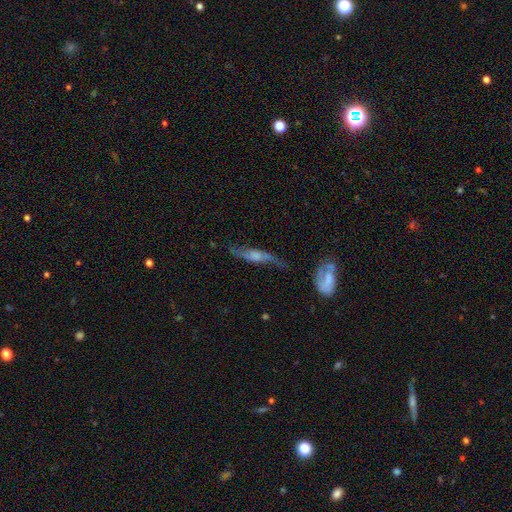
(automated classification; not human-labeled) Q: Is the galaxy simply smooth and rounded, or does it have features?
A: featured or disk — 70%.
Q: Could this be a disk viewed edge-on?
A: no — 50%, tied with yes.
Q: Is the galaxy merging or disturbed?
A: none — 58%.